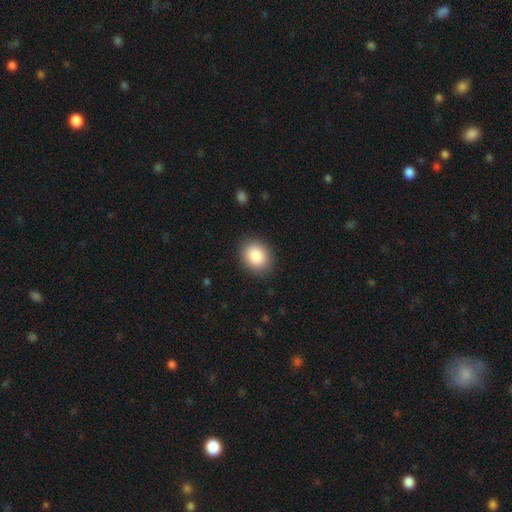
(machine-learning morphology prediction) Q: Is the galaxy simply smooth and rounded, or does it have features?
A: smooth — 88%.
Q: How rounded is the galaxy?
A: in between — 52%.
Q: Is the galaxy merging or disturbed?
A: none — 88%.